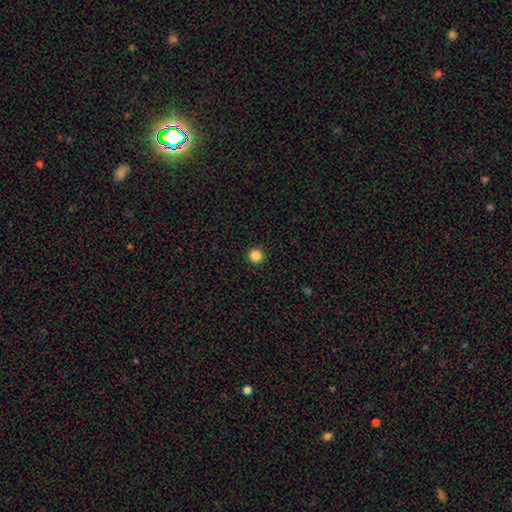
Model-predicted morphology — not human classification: A smooth galaxy with no disk features (85%) that is round (96%).

Vote fractions:
- Smooth or featured? smooth: 85% / star or artifact: 11% / featured or disk: 4%
- How rounded? round: 96% / in between: 3% / cigar-shaped: 1%
- Merging? none: 94% / minor disturbance: 4% / major disturbance: 1% / merger: 1%